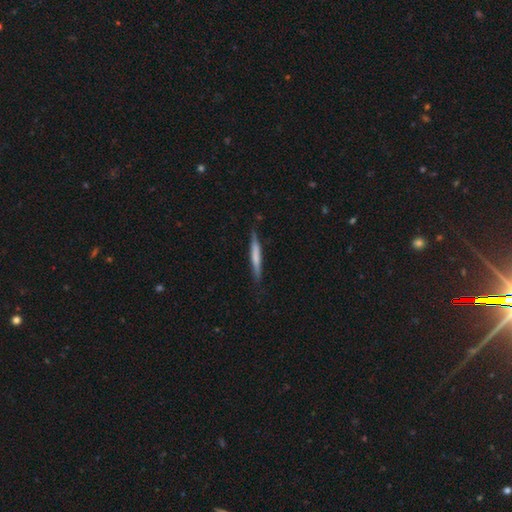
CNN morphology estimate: smooth 59%, featured or disk 36%, star or artifact 6%. Down the decision tree: how rounded — cigar-shaped (95%); merging — none (83%).